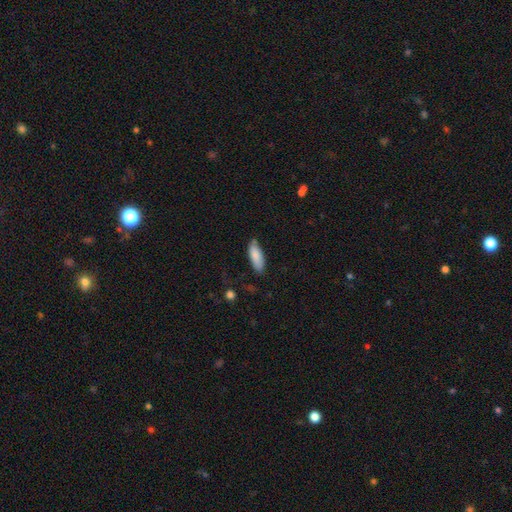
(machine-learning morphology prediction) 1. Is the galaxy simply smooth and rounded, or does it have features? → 86% smooth, 8% featured or disk, 6% star or artifact.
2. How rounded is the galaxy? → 70% in between, 29% cigar-shaped, 2% round.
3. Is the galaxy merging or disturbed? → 73% none, 21% minor disturbance, 4% major disturbance, 2% merger.